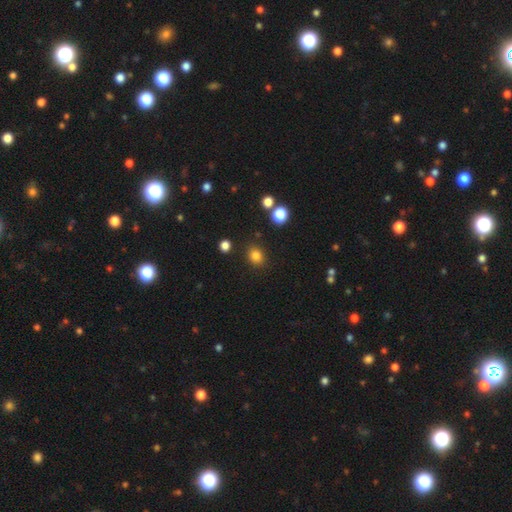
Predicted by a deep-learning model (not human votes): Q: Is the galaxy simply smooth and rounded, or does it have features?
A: smooth — 83%.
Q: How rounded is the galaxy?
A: round — 64%.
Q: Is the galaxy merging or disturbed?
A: none — 85%.